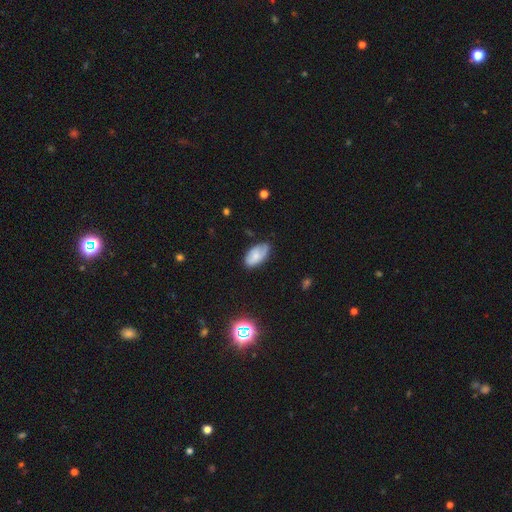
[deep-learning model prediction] This is likely a smooth galaxy (64%). How rounded: clearly in between (94%). Merging: likely none (64%).